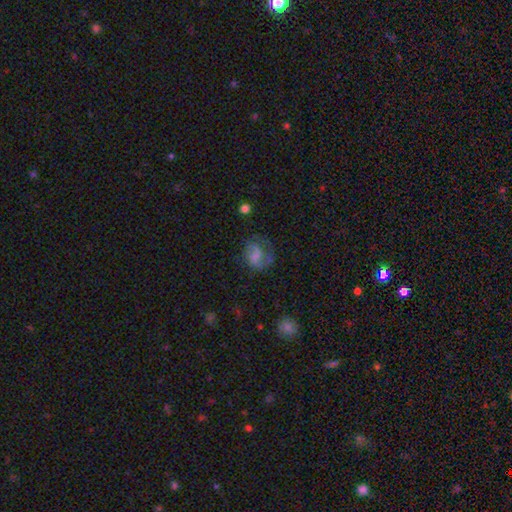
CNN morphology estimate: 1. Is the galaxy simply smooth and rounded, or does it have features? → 50% featured or disk, 39% smooth, 11% star or artifact.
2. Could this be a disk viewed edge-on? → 98% no, 2% yes.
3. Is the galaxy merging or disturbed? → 45% none, 29% major disturbance, 23% minor disturbance, 3% merger.